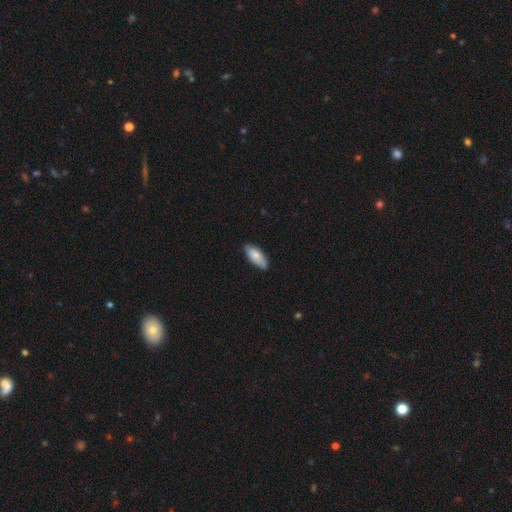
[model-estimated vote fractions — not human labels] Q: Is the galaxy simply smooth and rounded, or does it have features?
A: smooth — 79%.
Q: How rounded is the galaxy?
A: in between — 83%.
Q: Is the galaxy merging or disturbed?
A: none — 78%.